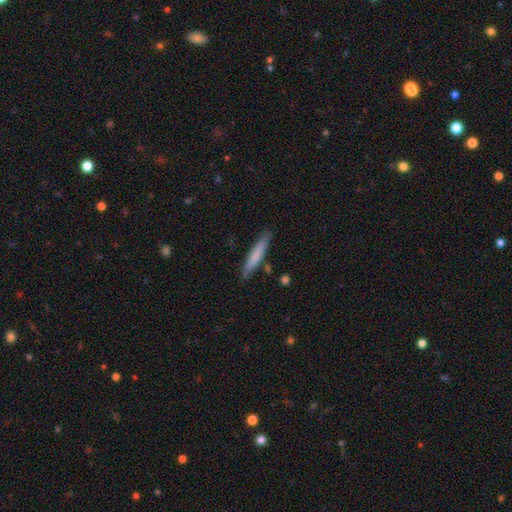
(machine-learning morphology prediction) Smooth or featured? smooth (70%)
How rounded? cigar-shaped (93%)
Merging? none (85%)